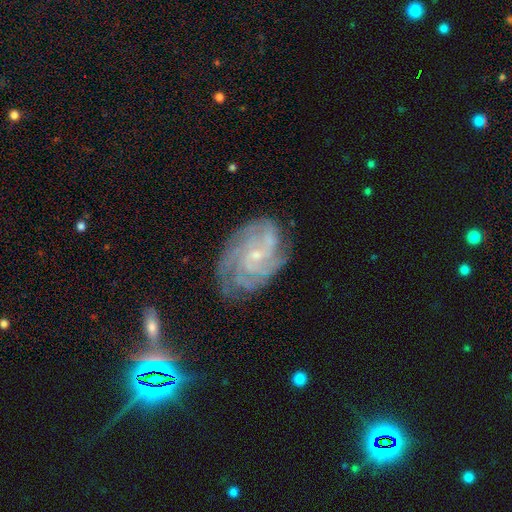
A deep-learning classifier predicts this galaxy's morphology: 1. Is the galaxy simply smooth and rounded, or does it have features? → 84% featured or disk, 8% star or artifact, 7% smooth.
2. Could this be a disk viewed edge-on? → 97% no, 3% yes.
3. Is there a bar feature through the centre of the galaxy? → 66% no, 28% weak, 6% strong.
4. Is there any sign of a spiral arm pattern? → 97% yes, 3% no.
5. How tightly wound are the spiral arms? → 65% tight, 29% medium, 6% loose.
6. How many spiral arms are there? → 29% 4, 26% can't tell, 15% 3, 13% more than 4, 10% 2, 7% 1.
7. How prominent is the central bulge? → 80% small, 15% moderate, 3% none, 1% large, 1% dominant.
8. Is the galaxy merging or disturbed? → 73% none, 19% minor disturbance, 7% major disturbance, 2% merger.